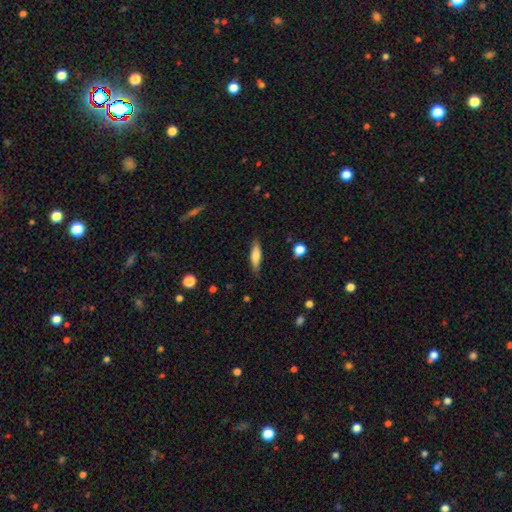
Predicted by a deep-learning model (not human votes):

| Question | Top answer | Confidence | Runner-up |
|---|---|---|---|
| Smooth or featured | smooth | 69% | featured or disk (25%) |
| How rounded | cigar-shaped | 62% | in between (36%) |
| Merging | none | 83% | minor disturbance (13%) |